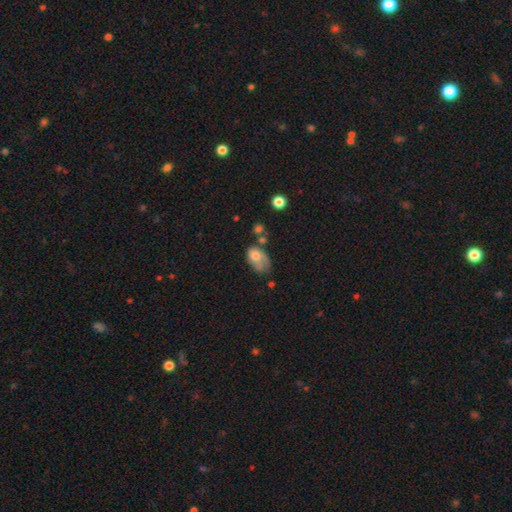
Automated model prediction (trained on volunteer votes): Morphology: type=smooth (62%); roundness=in between (85%); merging=major disturbance (33%).